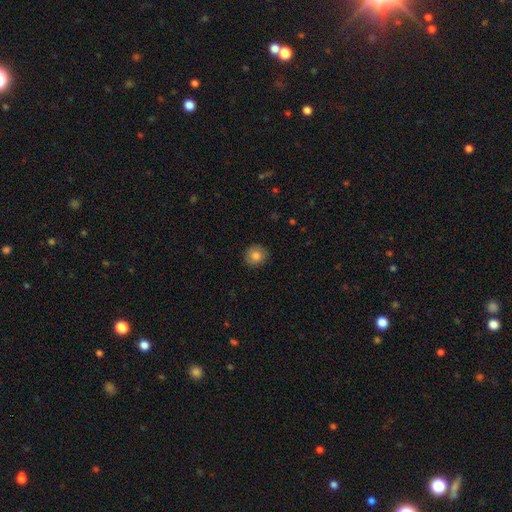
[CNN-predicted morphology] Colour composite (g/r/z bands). It shows a smooth galaxy with no disk features (83%) that is round (88%). Merging: none (89%).